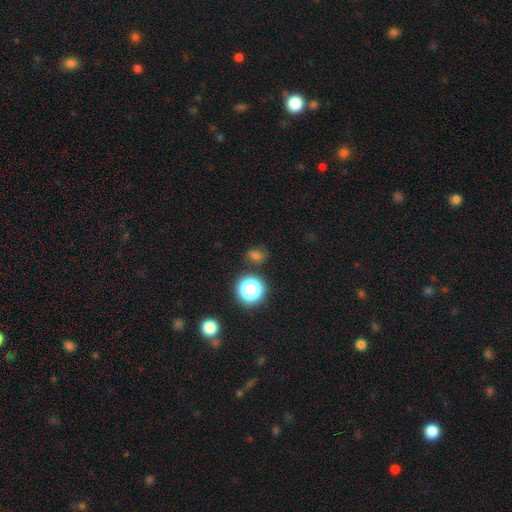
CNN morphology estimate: This appears to be a smooth galaxy with no disk features (60%) that is round (53%). Merging: none (73%).